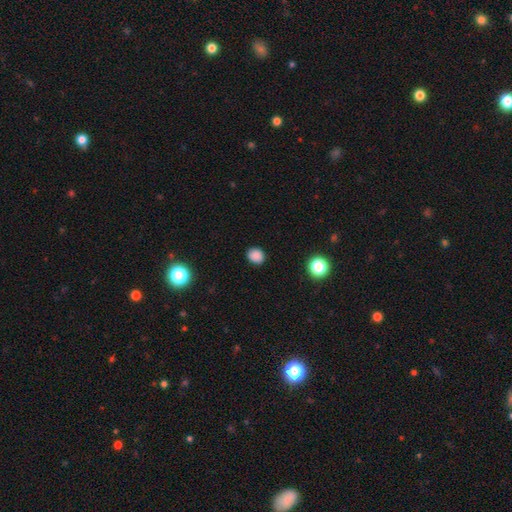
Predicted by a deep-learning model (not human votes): smooth-or-featured: smooth: 85% | star or artifact: 12% | featured or disk: 3%
  how-rounded: round: 68% | in between: 31% | cigar-shaped: 1%
  merging: none: 88% | minor disturbance: 8% | major disturbance: 2% | merger: 1%